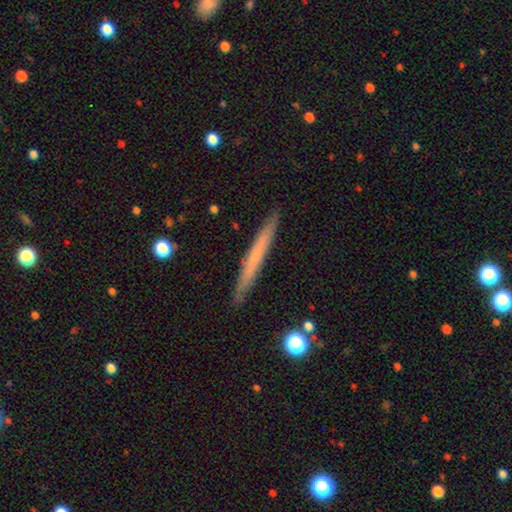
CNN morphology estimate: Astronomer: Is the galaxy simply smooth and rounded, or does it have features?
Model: smooth — 54% (runner-up: featured or disk, 40%).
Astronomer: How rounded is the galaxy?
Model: cigar-shaped — 97%.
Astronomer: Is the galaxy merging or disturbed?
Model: none — 91%.